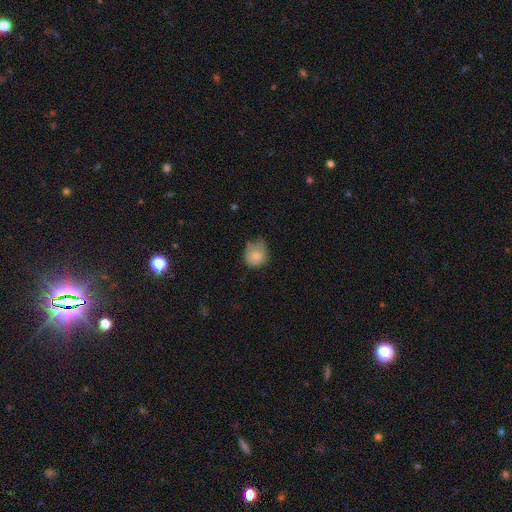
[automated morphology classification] A smooth galaxy with no disk features (80%) that is round (73%).

Vote fractions:
- Smooth or featured? smooth: 80% / featured or disk: 11% / star or artifact: 8%
- How rounded? round: 73% / in between: 26% / cigar-shaped: 1%
- Merging? none: 49% / minor disturbance: 37% / major disturbance: 12% / merger: 2%